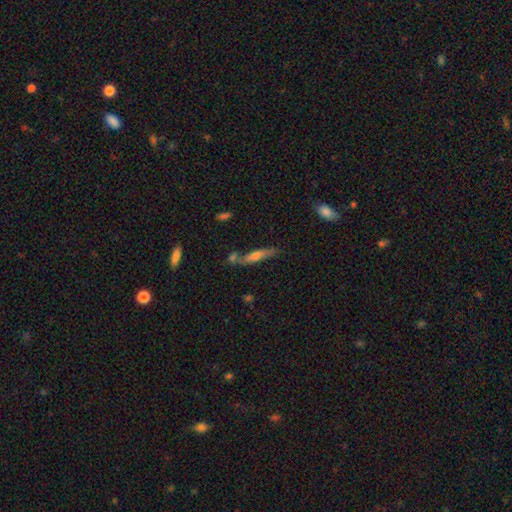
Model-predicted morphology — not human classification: smooth-or-featured: smooth: 47% | featured or disk: 45% | star or artifact: 8%
  merging: none: 61% | merger: 18% | minor disturbance: 16% | major disturbance: 5%